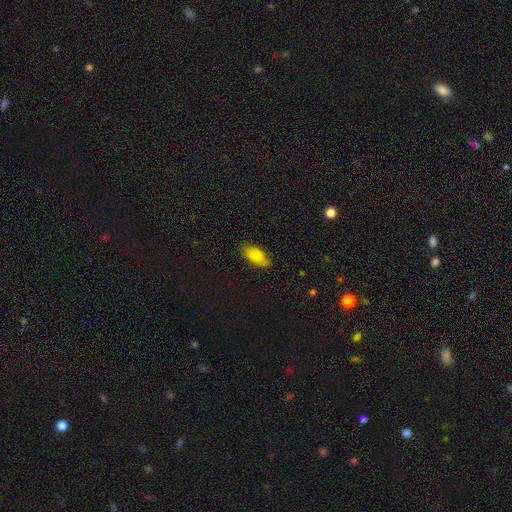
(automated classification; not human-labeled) smooth-or-featured: smooth: 85% | featured or disk: 7% | star or artifact: 7%
  how-rounded: in between: 89% | cigar-shaped: 9% | round: 2%
  merging: none: 80% | minor disturbance: 16% | major disturbance: 3% | merger: 1%